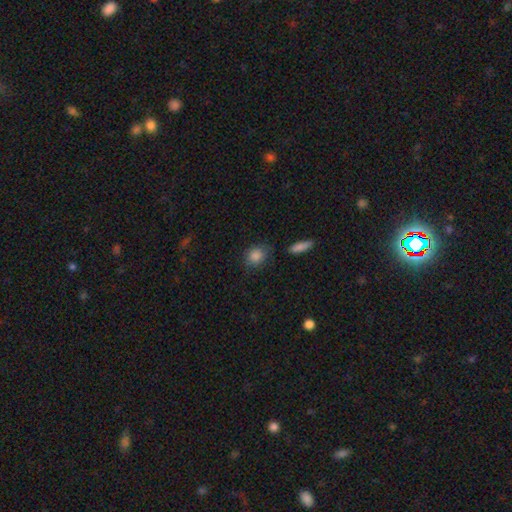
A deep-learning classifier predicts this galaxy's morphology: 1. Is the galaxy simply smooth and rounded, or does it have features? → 86% smooth, 9% star or artifact, 5% featured or disk.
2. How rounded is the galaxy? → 57% round, 41% in between, 2% cigar-shaped.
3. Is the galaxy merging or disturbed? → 76% none, 16% minor disturbance, 4% merger, 4% major disturbance.